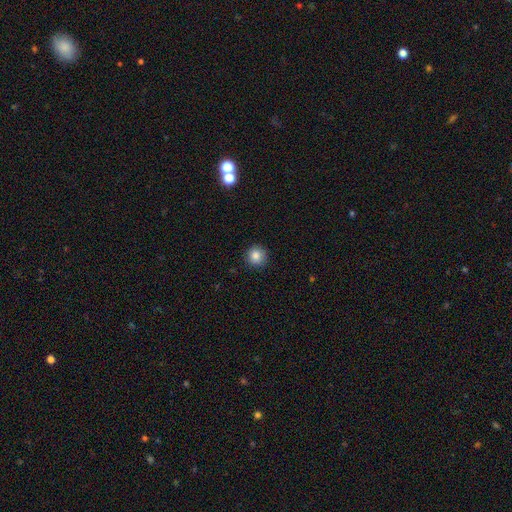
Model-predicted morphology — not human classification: smooth-or-featured: smooth: 84% | star or artifact: 10% | featured or disk: 5%
  how-rounded: round: 94% | in between: 5% | cigar-shaped: 1%
  merging: none: 90% | minor disturbance: 7% | major disturbance: 2% | merger: 1%